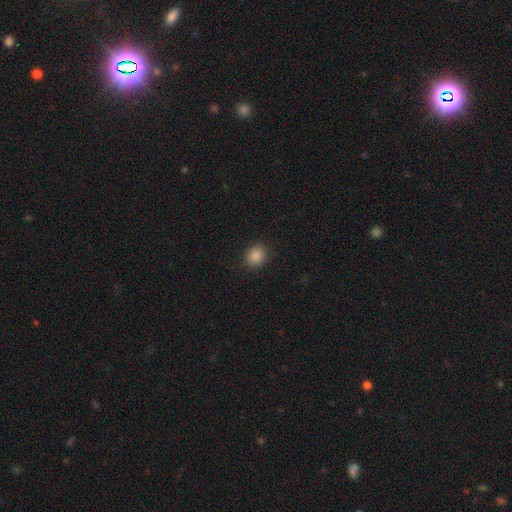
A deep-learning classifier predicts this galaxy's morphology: Q: Smooth or featured?
A: smooth (86%); runner-up: star or artifact (11%)
Q: How rounded?
A: round (76%); runner-up: in between (23%)
Q: Merging?
A: none (89%); runner-up: minor disturbance (8%)